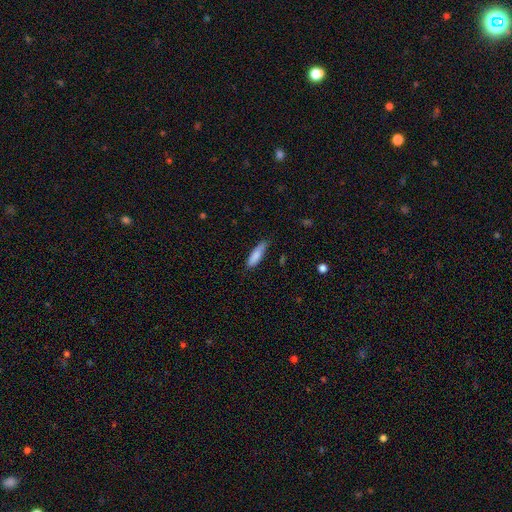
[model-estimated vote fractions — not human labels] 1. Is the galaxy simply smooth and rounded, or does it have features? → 85% smooth, 9% featured or disk, 6% star or artifact.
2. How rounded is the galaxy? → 58% cigar-shaped, 41% in between, 1% round.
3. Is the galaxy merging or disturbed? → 75% none, 20% minor disturbance, 3% major disturbance, 1% merger.